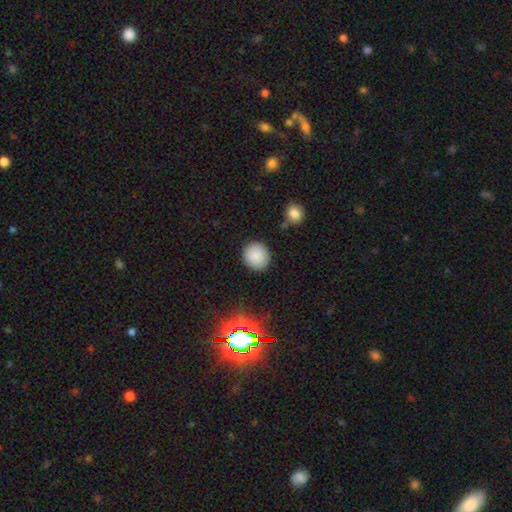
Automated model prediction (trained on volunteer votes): This appears to be a smooth galaxy with no disk features (87%) that is round (86%). Merging: none (88%).